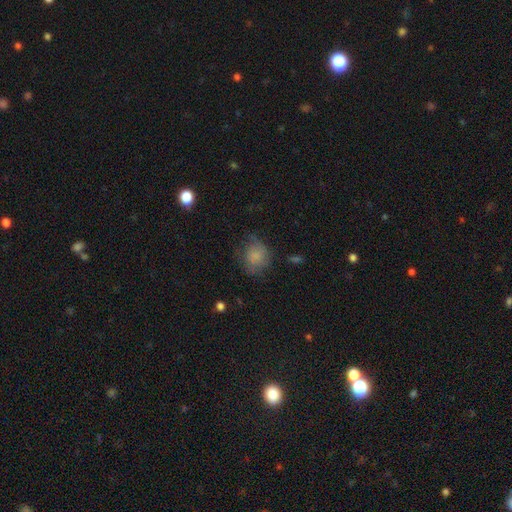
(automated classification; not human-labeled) Morphology: type=smooth (77%); roundness=round (71%); merging=none (56%).